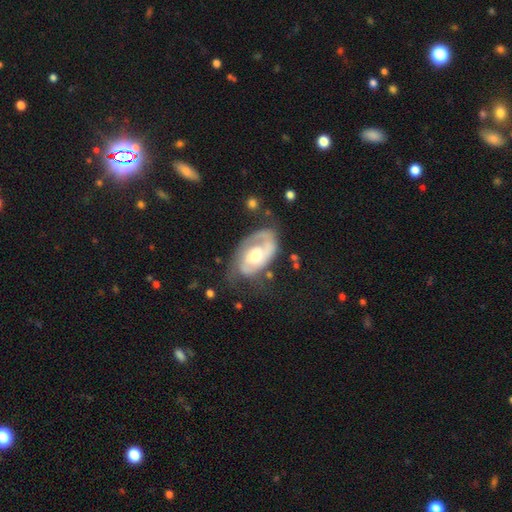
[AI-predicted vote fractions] This appears to be a featured or disk galaxy (80%) with no bar (61%), 2 (38%, tied with 1) tight (53%) spiral arms (87%) and a moderate central bulge (62%). Merging: none (48%).